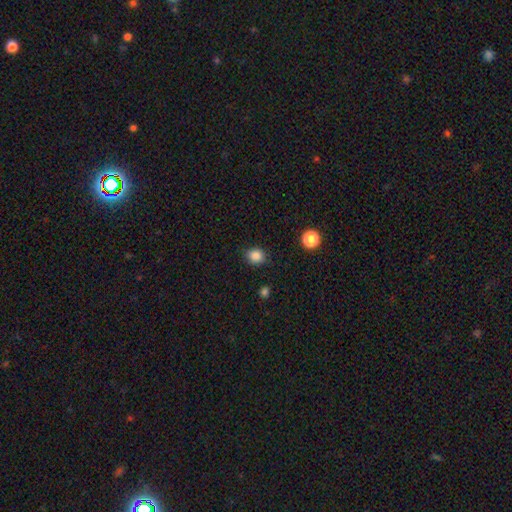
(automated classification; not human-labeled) This appears to be a smooth galaxy with no disk features (85%) that is round (67%). Merging: none (84%).